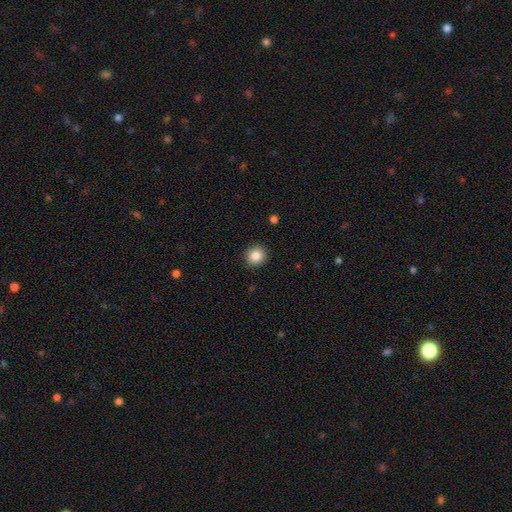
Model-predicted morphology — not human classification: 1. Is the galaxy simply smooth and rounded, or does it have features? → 86% smooth, 9% star or artifact, 5% featured or disk.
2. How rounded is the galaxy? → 89% round, 11% in between, 1% cigar-shaped.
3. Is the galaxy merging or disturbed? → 92% none, 6% minor disturbance, 2% major disturbance, 1% merger.